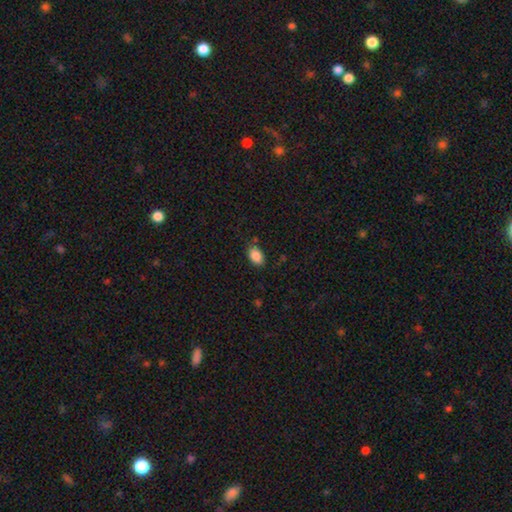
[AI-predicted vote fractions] smooth 87%, star or artifact 8%, featured or disk 5%. Down the decision tree: how rounded — in between (88%); merging — none (81%).